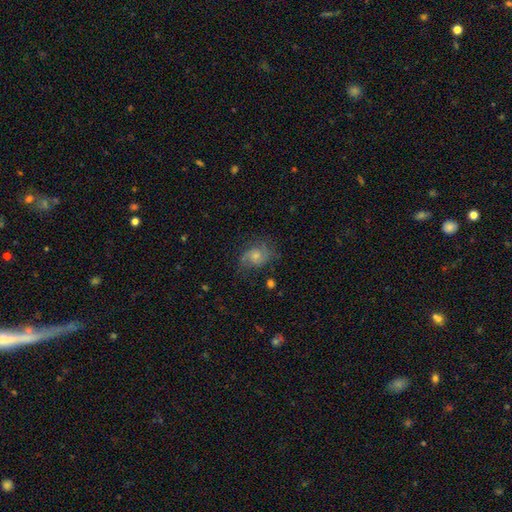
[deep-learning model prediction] This is likely a featured or disk galaxy (61%). It is clearly not viewed edge-on (97%). Bar: likely no (70%). Spiral arm pattern: clearly yes (89%). Spiral arm count: likely 2 (67%). Spiral winding: possibly medium (45%). Central bulge: marginally moderate (45%). Merging: likely none (66%).